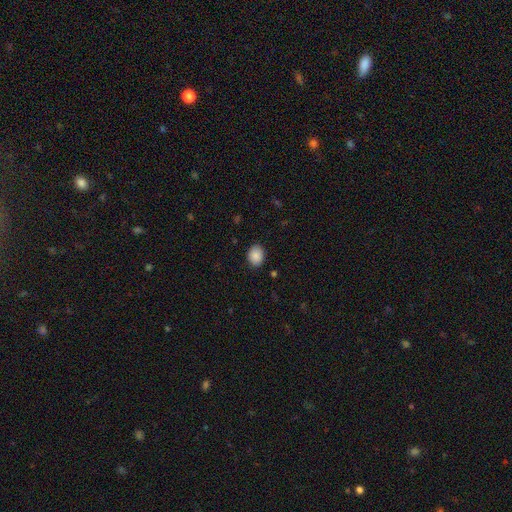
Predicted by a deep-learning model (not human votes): The model was most divided on "how rounded": in between: 53%, round: 46%, cigar-shaped: 1%. More confident: smooth or featured — smooth (89%); merging — none (87%).